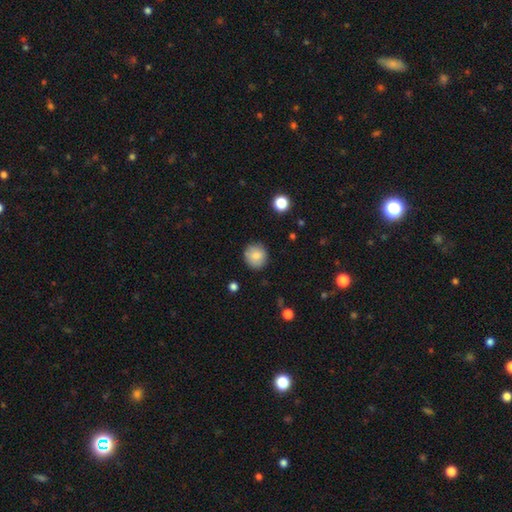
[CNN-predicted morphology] Smooth or featured: smooth — 84% (star or artifact — 8%)
How rounded: round — 91% (in between — 9%)
Merging: none — 86% (minor disturbance — 11%)